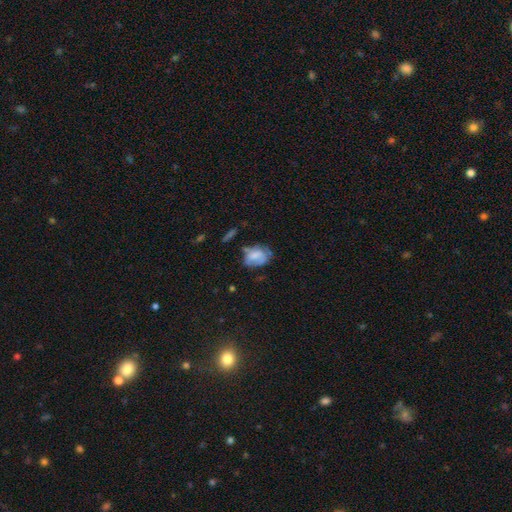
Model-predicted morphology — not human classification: smooth 61%, featured or disk 29%, star or artifact 10%. Down the decision tree: how rounded — in between (68%); merging — none (43%).